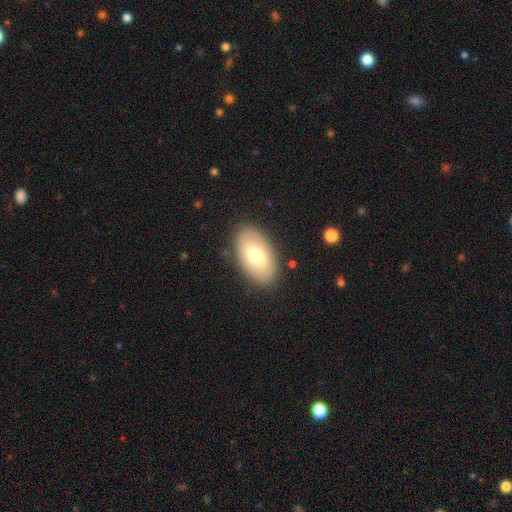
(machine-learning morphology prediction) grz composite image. It shows a smooth galaxy with no disk features (68%) that is in between round and cigar-shaped (94%). Merging: none (87%).